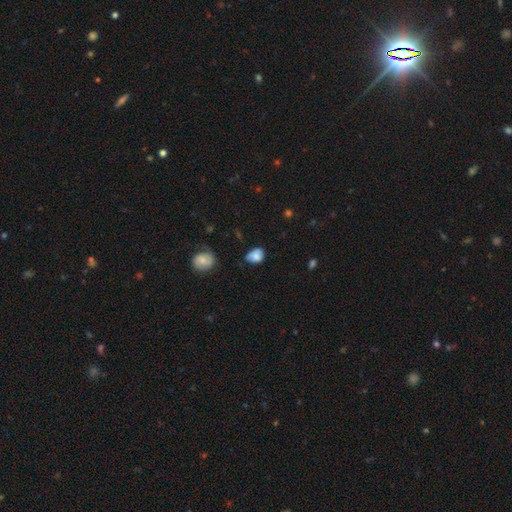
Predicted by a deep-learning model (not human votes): This appears to be a smooth galaxy with no disk features (78%) that is in between round and cigar-shaped (69%). Merging: none (45%).